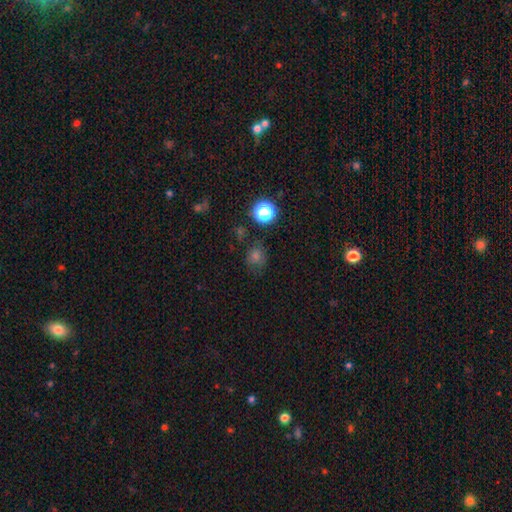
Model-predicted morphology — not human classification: smooth-or-featured: smooth: 64% | star or artifact: 27% | featured or disk: 9%
  how-rounded: round: 78% | in between: 21% | cigar-shaped: 1%
  merging: none: 70% | minor disturbance: 19% | major disturbance: 7% | merger: 4%